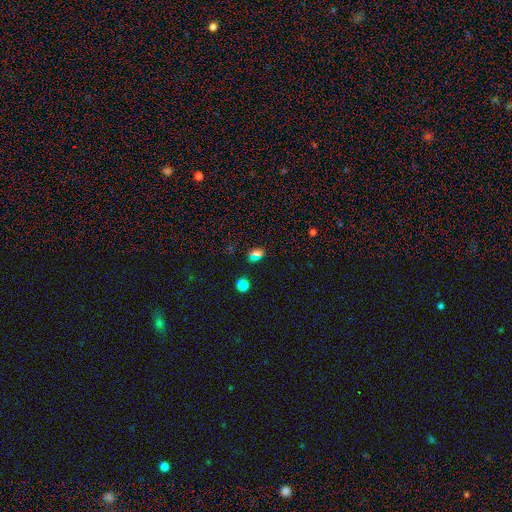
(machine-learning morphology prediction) This appears to be a smooth galaxy with no disk features (68%) that is in between round and cigar-shaped (65%). Merging: none (82%).